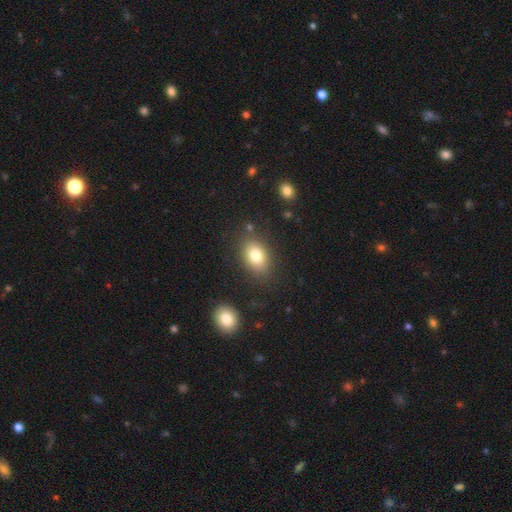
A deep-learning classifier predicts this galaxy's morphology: Q: Smooth or featured?
A: smooth (80%); runner-up: featured or disk (10%)
Q: How rounded?
A: in between (78%); runner-up: round (20%)
Q: Merging?
A: none (82%); runner-up: minor disturbance (11%)